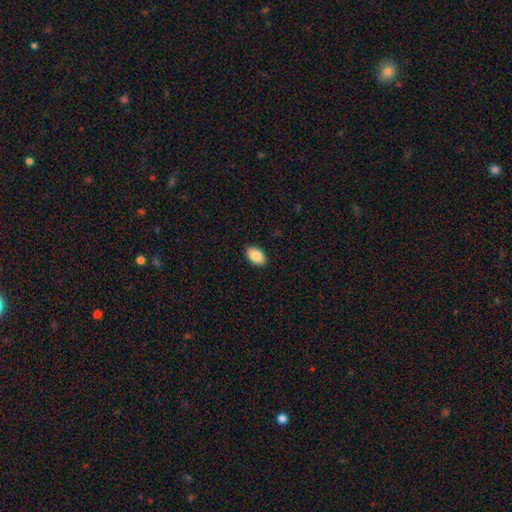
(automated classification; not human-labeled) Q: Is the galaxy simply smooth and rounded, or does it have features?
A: smooth — 87%.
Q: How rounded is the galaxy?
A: in between — 92%.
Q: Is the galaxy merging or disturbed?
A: none — 90%.